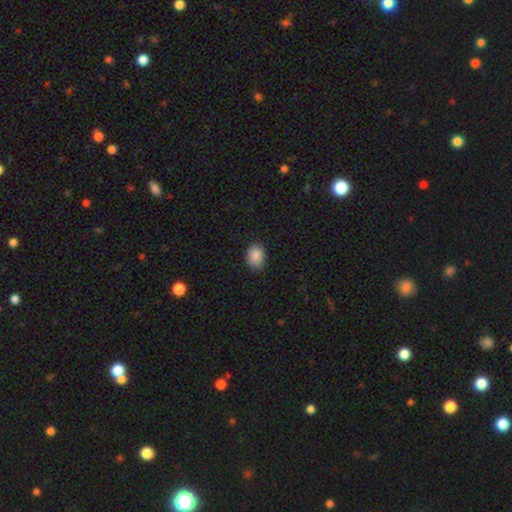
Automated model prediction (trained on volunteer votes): smooth-or-featured: smooth: 88% | star or artifact: 8% | featured or disk: 4%
  how-rounded: in between: 65% | round: 34% | cigar-shaped: 1%
  merging: none: 86% | minor disturbance: 11% | major disturbance: 2% | merger: 1%